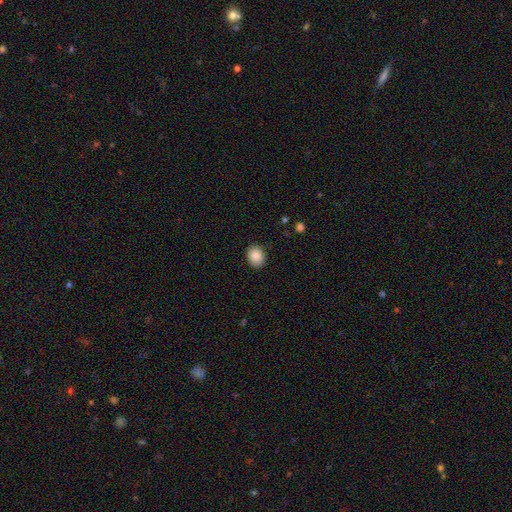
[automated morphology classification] This is clearly a smooth galaxy (88%). How rounded: likely in between (61%). Merging: clearly none (87%).